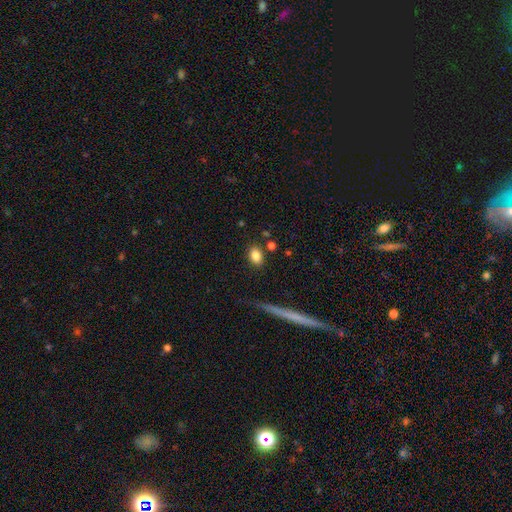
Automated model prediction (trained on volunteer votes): A smooth galaxy with no disk features (84%) that is in between round and cigar-shaped (79%). Merging: none (83%).